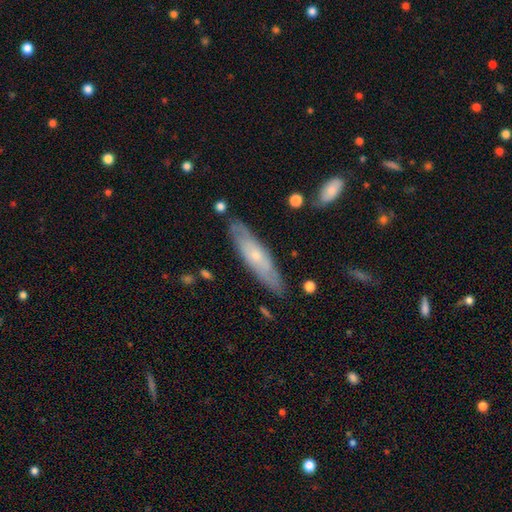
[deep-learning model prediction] Smooth or featured: featured or disk — 50% (smooth — 44%)
Edge-on disk: no — 50% (tied with yes — 50%)
Merging: none — 82% (minor disturbance — 13%)